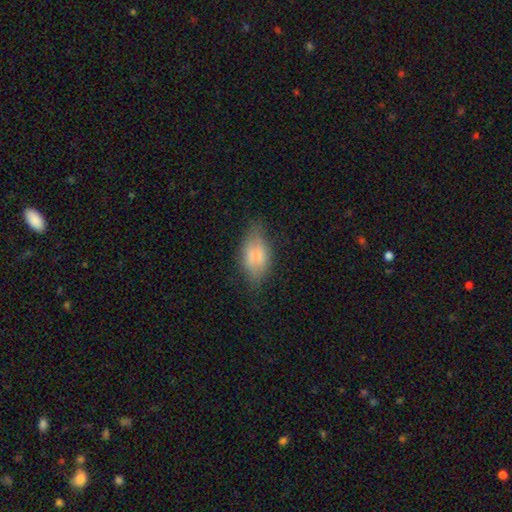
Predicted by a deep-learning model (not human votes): This is likely a smooth galaxy (62%). How rounded: clearly in between (85%). Merging: likely none (63%).